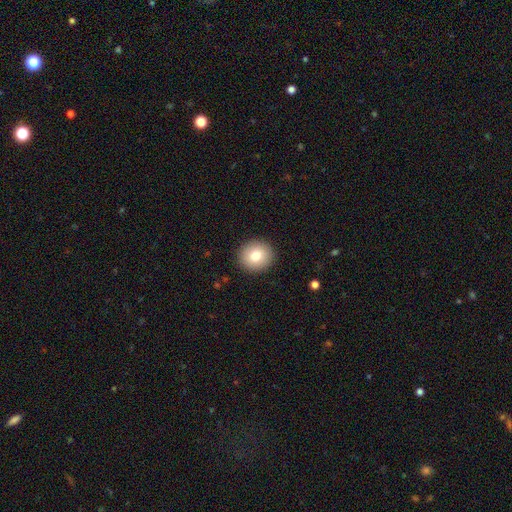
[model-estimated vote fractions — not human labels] A smooth galaxy with no disk features (79%) that is round (88%).

Vote fractions:
- Smooth or featured? smooth: 79% / featured or disk: 12% / star or artifact: 9%
- How rounded? round: 88% / in between: 11% / cigar-shaped: 1%
- Merging? none: 92% / minor disturbance: 6% / major disturbance: 2% / merger: 1%